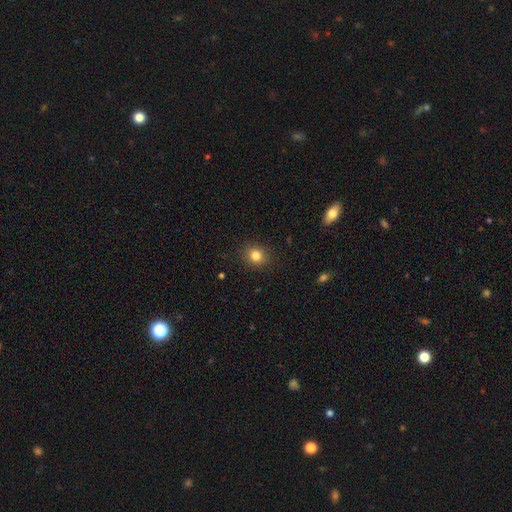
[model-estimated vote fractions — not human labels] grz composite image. It shows a smooth galaxy with no disk features (82%) that is round (79%). Merging: none (90%).